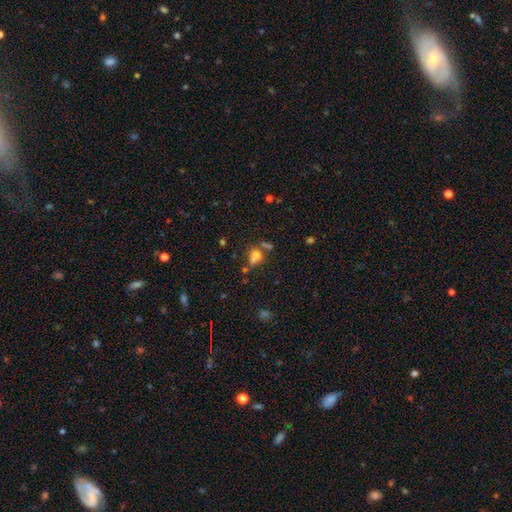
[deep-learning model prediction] Smooth or featured?
  - smooth: 61% *
  - star or artifact: 23%
  - featured or disk: 16%
How rounded?
  - in between: 56% *
  - round: 37%
  - cigar-shaped: 7%
Merging?
  - none: 42% *
  - merger: 31%
  - minor disturbance: 16%
  - major disturbance: 11%